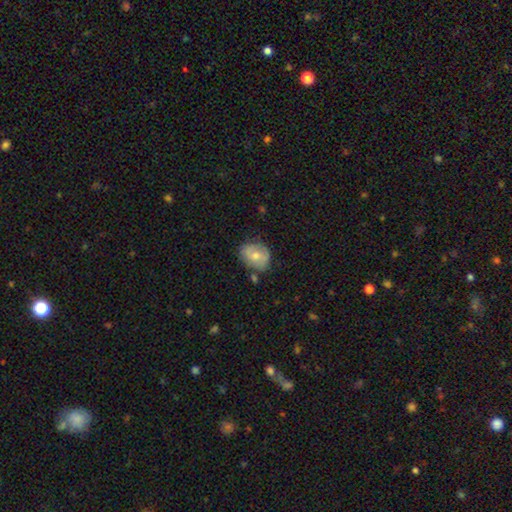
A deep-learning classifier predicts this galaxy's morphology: Smooth or featured: smooth — 60% (featured or disk — 33%)
How rounded: round — 51% (in between — 48%)
Merging: none — 64% (minor disturbance — 26%)